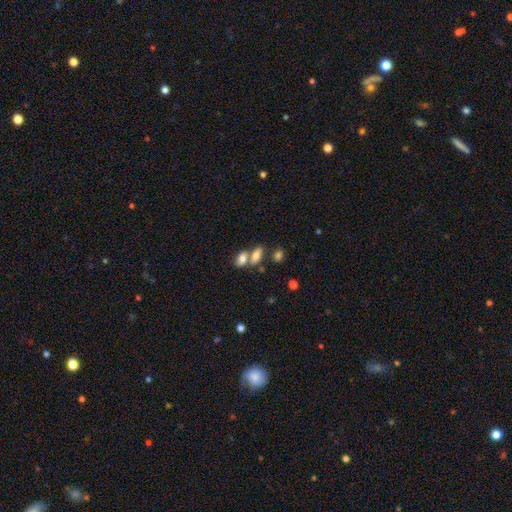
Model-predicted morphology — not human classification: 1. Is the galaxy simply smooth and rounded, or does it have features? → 74% smooth, 17% featured or disk, 9% star or artifact.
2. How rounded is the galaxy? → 79% in between, 13% cigar-shaped, 8% round.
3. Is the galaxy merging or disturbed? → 45% merger, 41% none, 9% minor disturbance, 4% major disturbance.